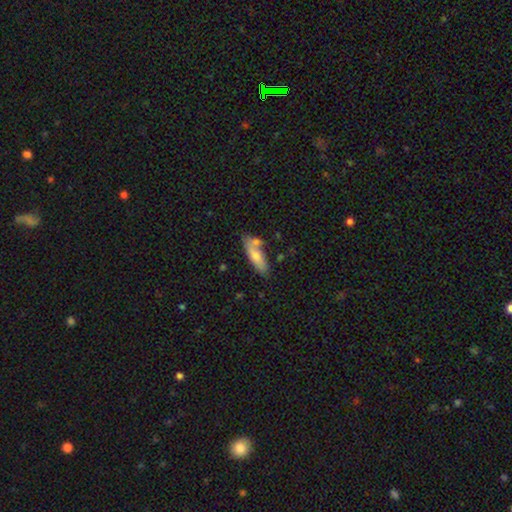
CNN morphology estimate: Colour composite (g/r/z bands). It shows a smooth galaxy with no disk features (74%) that is in between round and cigar-shaped (54%). Merging: none (57%).